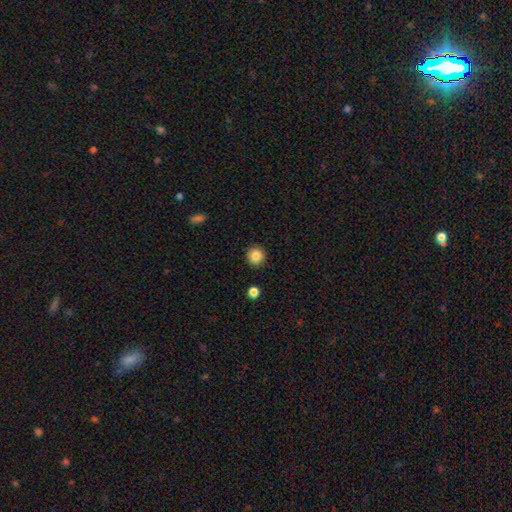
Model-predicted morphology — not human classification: Overall: smooth (85%). How rounded: round (94%). Merging: none (92%).